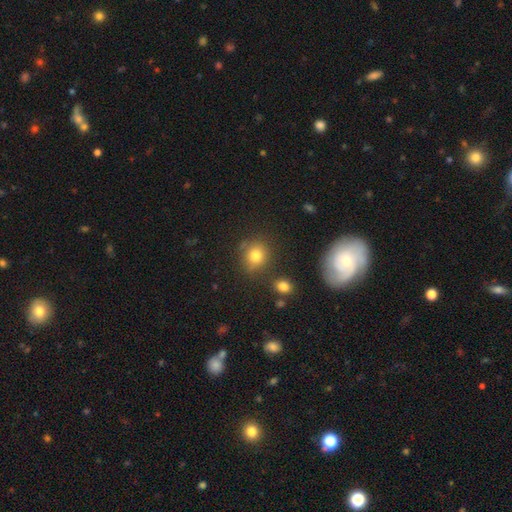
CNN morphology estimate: type=smooth (79%); roundness=round (78%); merging=none (76%).